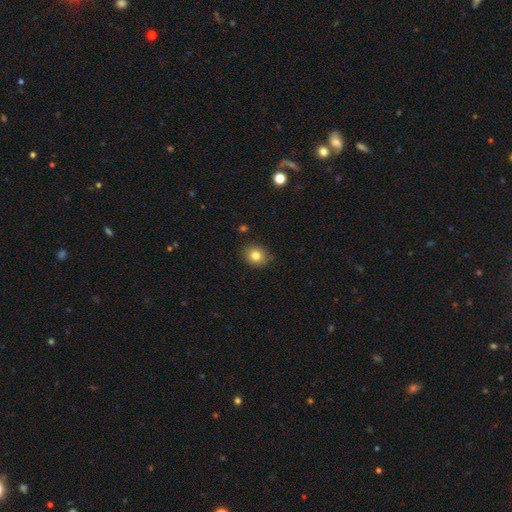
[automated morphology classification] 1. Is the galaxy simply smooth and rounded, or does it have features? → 82% smooth, 11% star or artifact, 8% featured or disk.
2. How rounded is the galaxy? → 77% round, 22% in between, 1% cigar-shaped.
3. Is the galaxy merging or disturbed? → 87% none, 9% minor disturbance, 2% major disturbance, 2% merger.